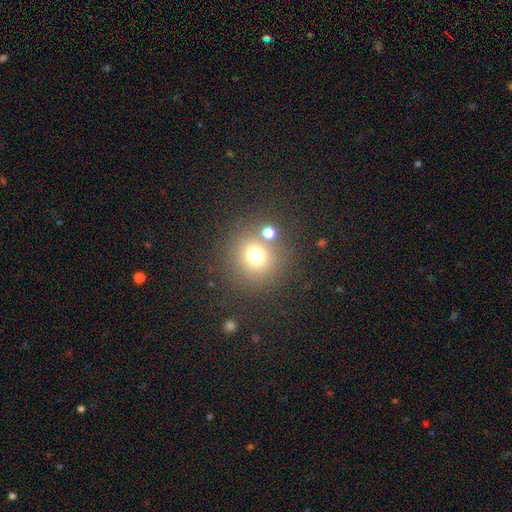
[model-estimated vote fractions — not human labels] The model was most divided on "smooth or featured": smooth: 70%, star or artifact: 19%, featured or disk: 11%. More confident: how rounded — round (91%); merging — none (73%).